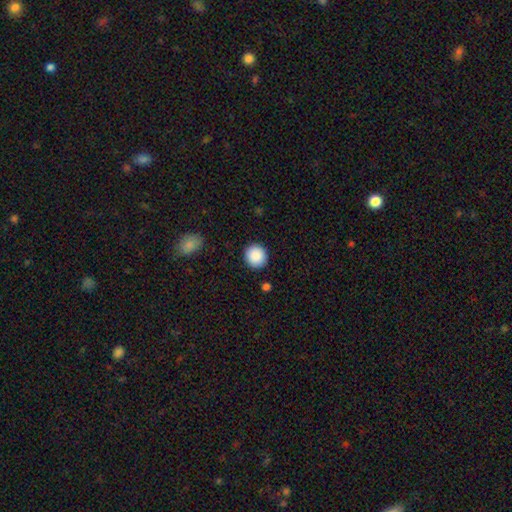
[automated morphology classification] smooth-or-featured: smooth: 89% | star or artifact: 8% | featured or disk: 3%
  how-rounded: round: 90% | in between: 9% | cigar-shaped: 1%
  merging: none: 91% | minor disturbance: 6% | major disturbance: 2% | merger: 1%